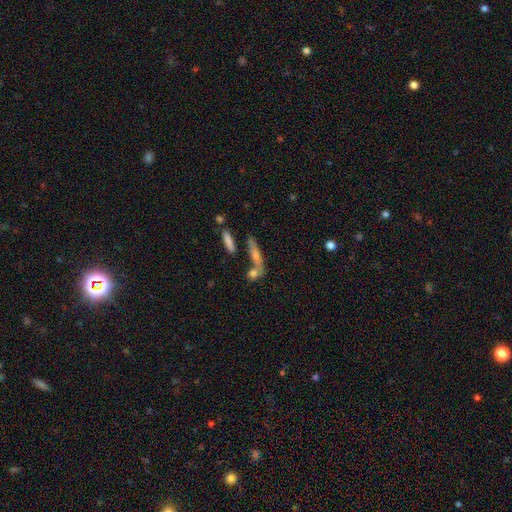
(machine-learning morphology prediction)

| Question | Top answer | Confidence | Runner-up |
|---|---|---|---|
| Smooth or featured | smooth | 46% | featured or disk (40%) |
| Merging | none | 53% | merger (29%) |